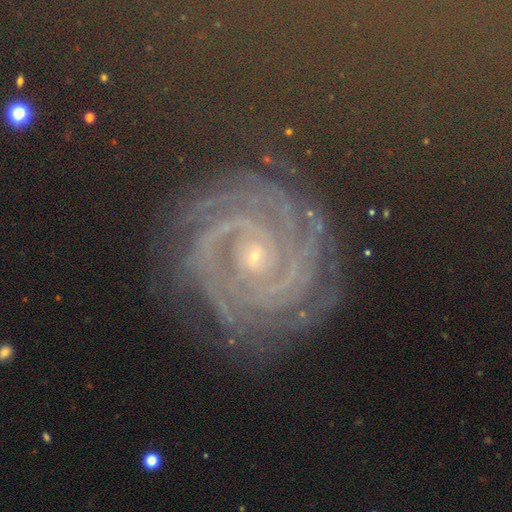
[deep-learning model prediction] smooth-or-featured: featured or disk: 59% | star or artifact: 28% | smooth: 13%
  disk-edge-on: no: 96% | yes: 4%
    bar: no: 65% | weak: 22% | strong: 13%
    has-spiral-arms: yes: 95% | no: 5%
      spiral-winding: tight: 81% | medium: 14% | loose: 6%
      spiral-arm-count: 2: 39% | can't tell: 15% | 3: 15% | 4: 11% | more than 4: 11% | 1: 11%
    bulge-size: small: 73% | moderate: 22% | large: 2% | none: 2% | dominant: 2%
  merging: none: 83% | minor disturbance: 11% | major disturbance: 4% | merger: 2%